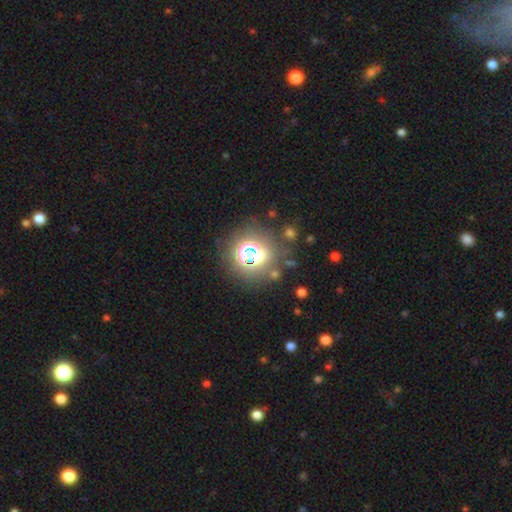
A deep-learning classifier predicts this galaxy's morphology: The model was most divided on "smooth or featured": star or artifact: 59%, smooth: 31%, featured or disk: 11%.